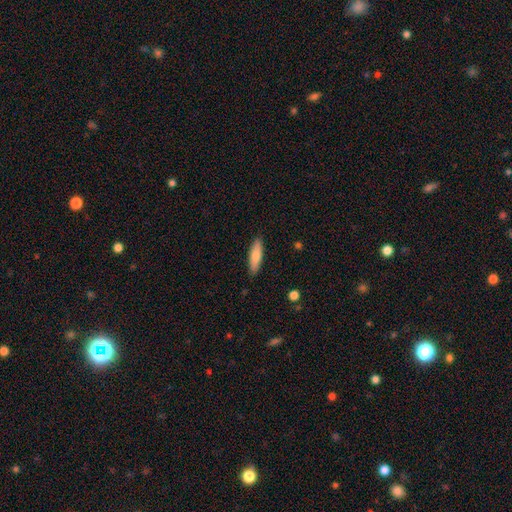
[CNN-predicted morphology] Smooth or featured? Predicted: smooth (p=0.72). How rounded? Predicted: cigar-shaped (p=0.59). Merging? Predicted: none (p=0.89).